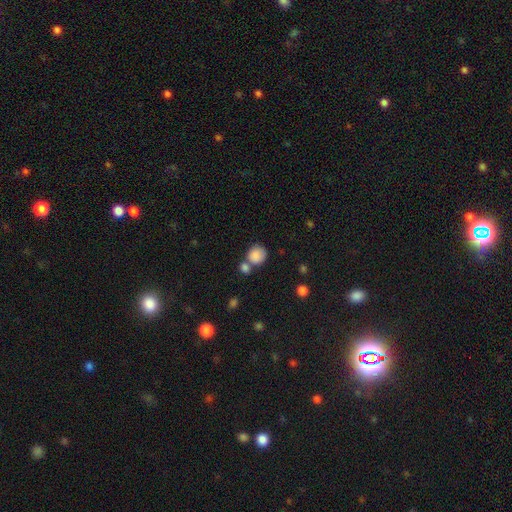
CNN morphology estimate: A smooth galaxy with no disk features (85%) that is round (82%). Merging: none (50%).